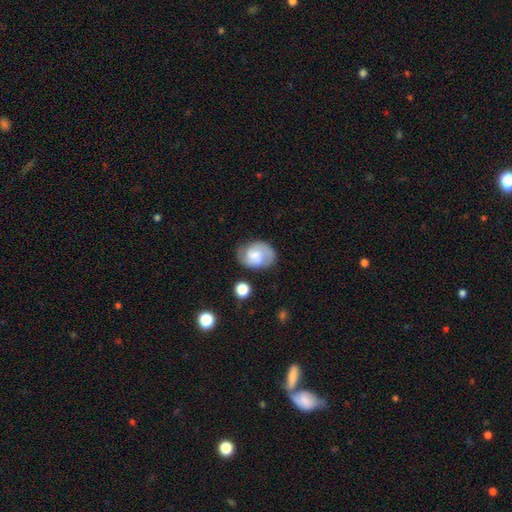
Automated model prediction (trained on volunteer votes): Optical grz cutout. It shows a featured or disk galaxy (51%). Merging: none (65%).